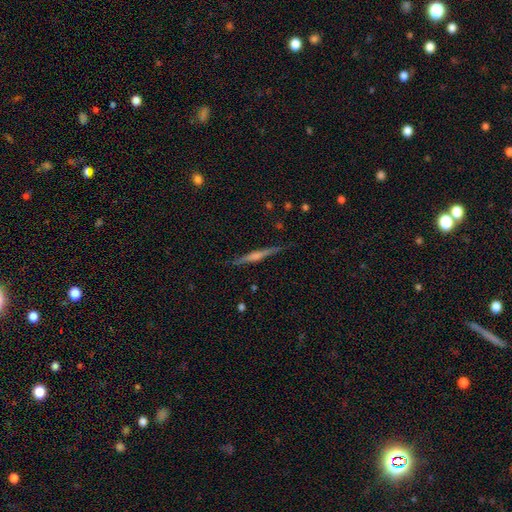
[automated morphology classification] A featured or disk galaxy (73%) viewed edge-on (98%) with a rounded central bulge (63%).

Vote fractions:
- Smooth or featured? featured or disk: 73% / smooth: 20% / star or artifact: 6%
- Edge-on disk? yes: 98% / no: 2%
- Edge-on bulge? rounded: 63% / boxy: 19% / none: 18%
- Merging? none: 89% / minor disturbance: 8% / major disturbance: 2% / merger: 1%